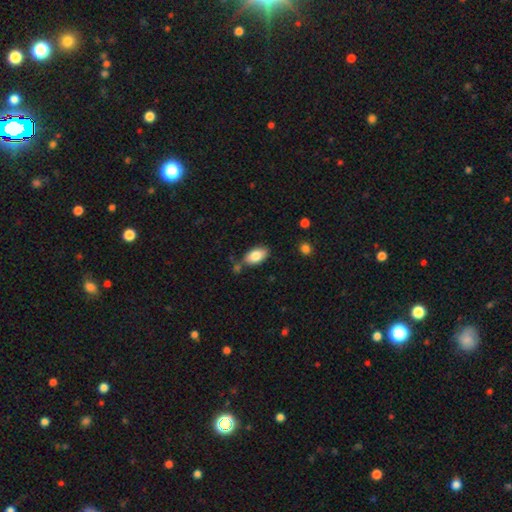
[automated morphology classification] Q: Smooth or featured?
A: smooth (83%); runner-up: featured or disk (10%)
Q: How rounded?
A: in between (93%); runner-up: round (5%)
Q: Merging?
A: none (76%); runner-up: minor disturbance (14%)